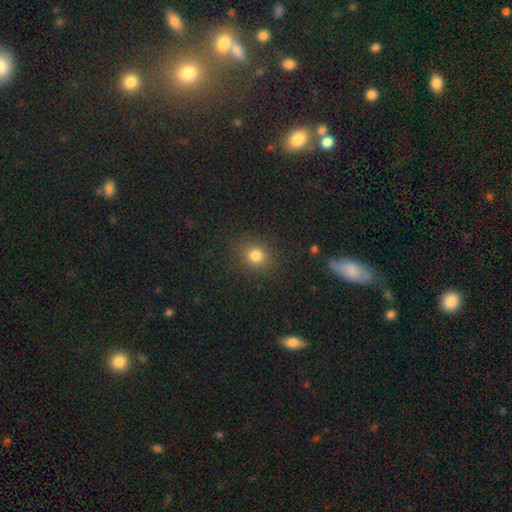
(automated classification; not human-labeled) Overall: smooth (78%). How rounded: round (77%). Merging: none (88%).